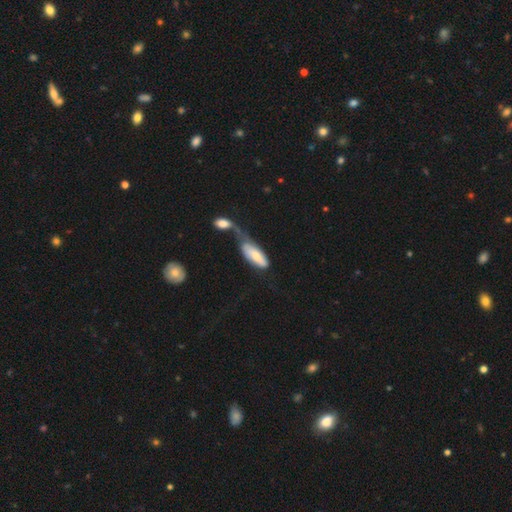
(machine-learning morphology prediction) Smooth or featured?
  - smooth: 65% *
  - featured or disk: 29%
  - star or artifact: 6%
How rounded?
  - in between: 78% *
  - cigar-shaped: 20%
  - round: 2%
Merging?
  - merger: 60% *
  - major disturbance: 17%
  - none: 13%
  - minor disturbance: 11%